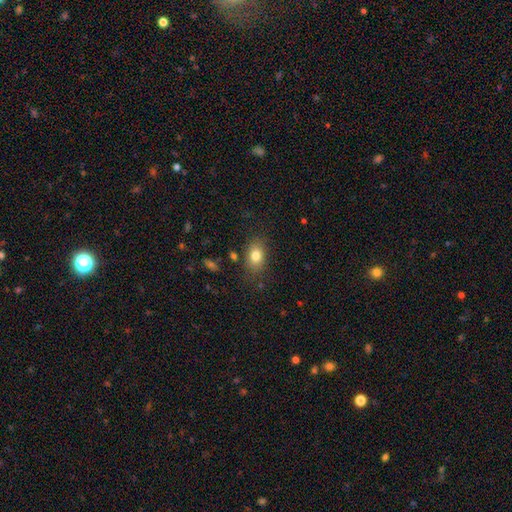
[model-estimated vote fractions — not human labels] A smooth galaxy with no disk features (80%) that is in between round and cigar-shaped (78%).

Vote fractions:
- Smooth or featured? smooth: 80% / featured or disk: 10% / star or artifact: 10%
- How rounded? in between: 78% / round: 20% / cigar-shaped: 2%
- Merging? none: 80% / minor disturbance: 13% / major disturbance: 4% / merger: 2%